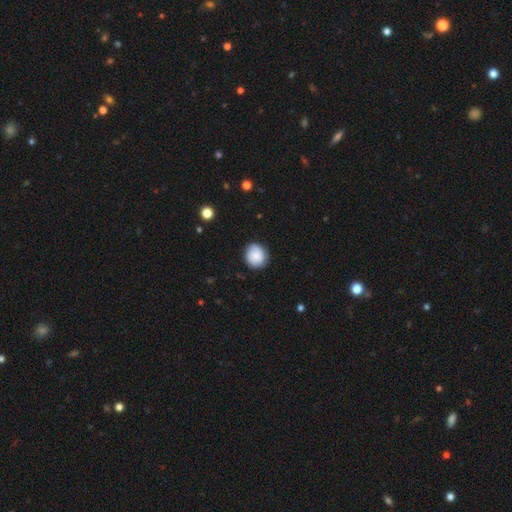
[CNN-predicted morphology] smooth 84%, featured or disk 9%, star or artifact 7%. Down the decision tree: how rounded — round (77%); merging — none (80%).